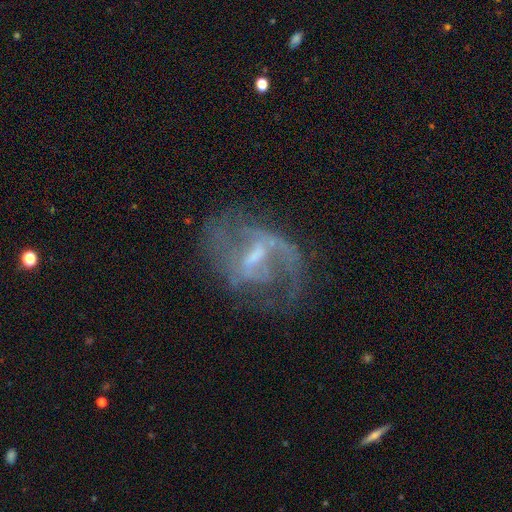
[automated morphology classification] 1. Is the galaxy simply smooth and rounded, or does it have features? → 80% featured or disk, 11% smooth, 9% star or artifact.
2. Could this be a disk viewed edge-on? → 96% no, 4% yes.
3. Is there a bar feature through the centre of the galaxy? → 51% weak, 33% strong, 17% no.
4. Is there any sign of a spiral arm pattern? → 76% yes, 24% no.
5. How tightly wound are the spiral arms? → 43% medium, 41% loose, 16% tight.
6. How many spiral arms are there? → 56% 2, 19% can't tell, 17% 1, 4% 3, 2% 4, 2% more than 4.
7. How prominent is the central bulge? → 40% small, 34% moderate, 21% none, 4% large, 1% dominant.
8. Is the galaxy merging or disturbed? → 49% none, 29% major disturbance, 19% minor disturbance, 3% merger.